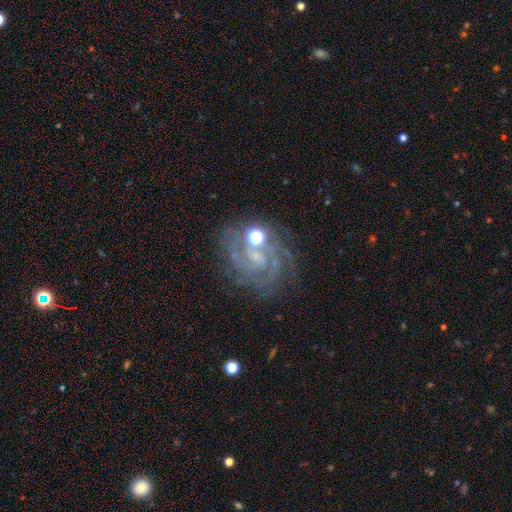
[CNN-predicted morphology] smooth-or-featured: featured or disk: 80% | star or artifact: 12% | smooth: 8%
  disk-edge-on: no: 97% | yes: 3%
    bar: no: 53% | weak: 36% | strong: 11%
    has-spiral-arms: yes: 95% | no: 5%
      spiral-winding: tight: 58% | medium: 35% | loose: 7%
      spiral-arm-count: 2: 30% | 3: 25% | can't tell: 24% | 4: 9% | 1: 6% | more than 4: 6%
    bulge-size: small: 46% | moderate: 34% | none: 14% | large: 5% | dominant: 2%
  merging: none: 63% | minor disturbance: 18% | major disturbance: 12% | merger: 8%